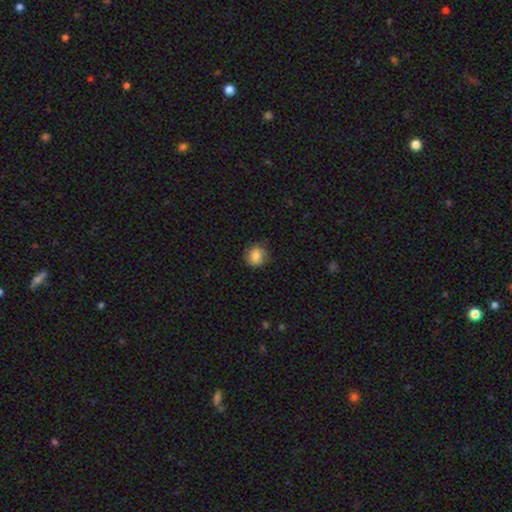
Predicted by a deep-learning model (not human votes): A smooth galaxy with no disk features (85%) that is round (84%).

Vote fractions:
- Smooth or featured? smooth: 85% / star or artifact: 9% / featured or disk: 6%
- How rounded? round: 84% / in between: 15% / cigar-shaped: 1%
- Merging? none: 82% / minor disturbance: 14% / major disturbance: 3% / merger: 1%